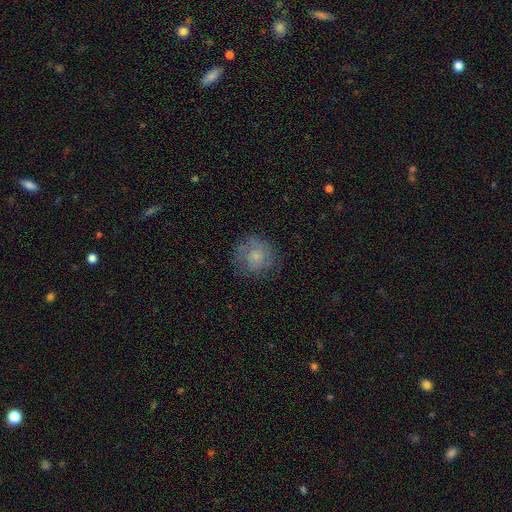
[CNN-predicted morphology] Overall: smooth (64%; featured or disk 27%). How rounded: round (91%). Merging: none (75%).